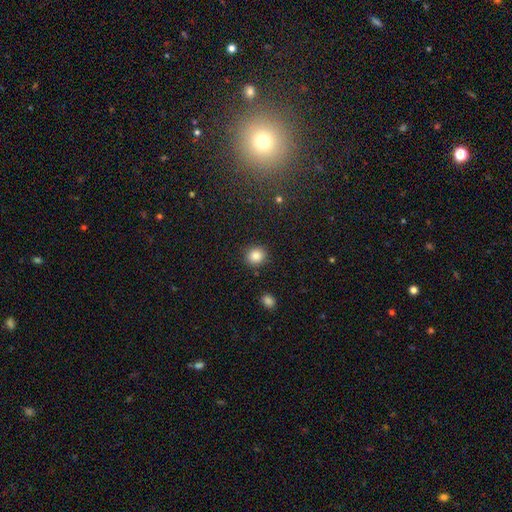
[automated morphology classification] This appears to be a smooth galaxy with no disk features (86%) that is round (81%). Merging: none (88%).